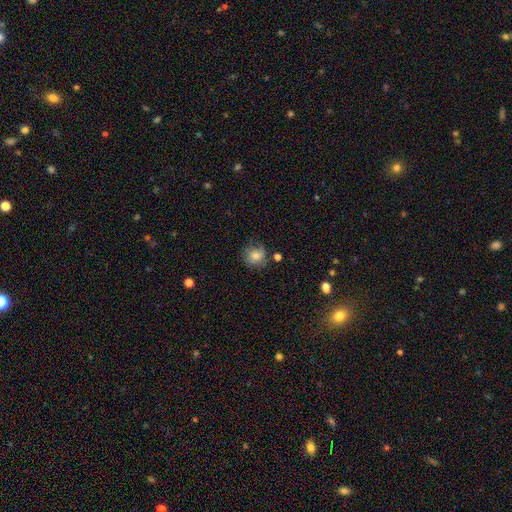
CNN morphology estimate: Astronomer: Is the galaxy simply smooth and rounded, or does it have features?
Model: smooth — 69%.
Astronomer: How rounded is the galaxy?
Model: round — 83%.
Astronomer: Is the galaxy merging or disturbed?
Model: none — 68%.